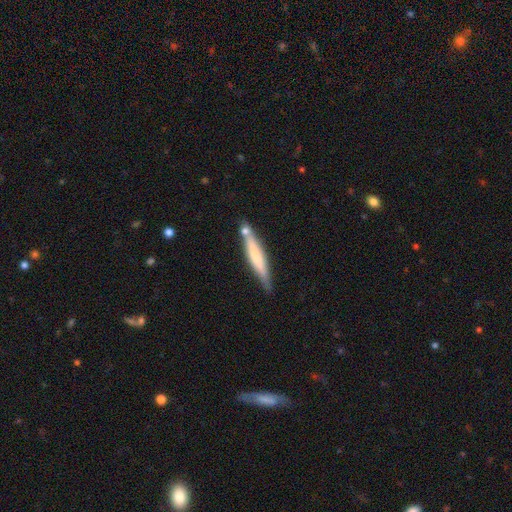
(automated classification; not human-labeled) Smooth or featured: smooth — 56% (featured or disk — 38%)
How rounded: cigar-shaped — 92% (in between — 7%)
Merging: none — 68% (minor disturbance — 16%)